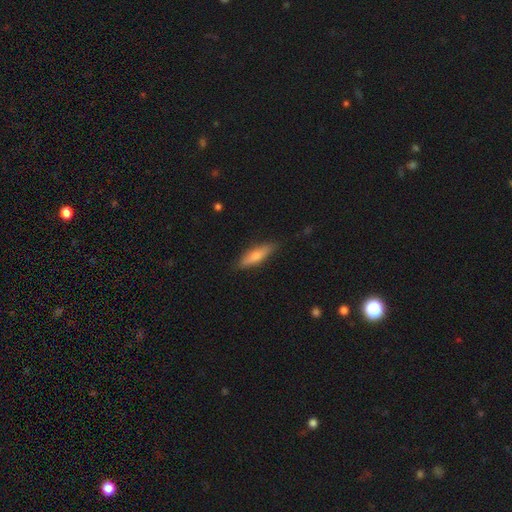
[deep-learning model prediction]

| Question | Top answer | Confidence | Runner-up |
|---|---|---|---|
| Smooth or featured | smooth | 68% | featured or disk (26%) |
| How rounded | cigar-shaped | 67% | in between (31%) |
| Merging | none | 86% | minor disturbance (11%) |